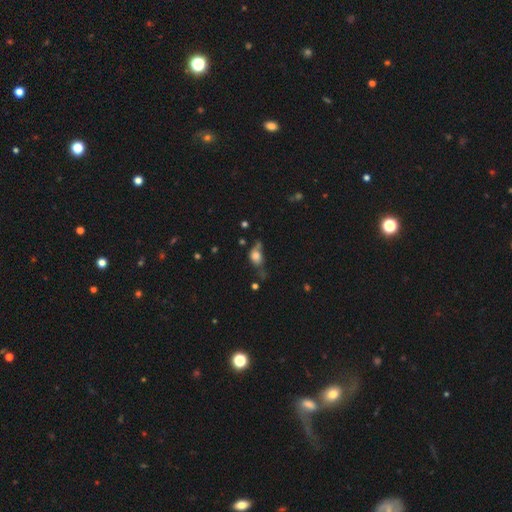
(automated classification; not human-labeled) Smooth or featured? smooth (65%)
How rounded? in between (56%)
Merging? none (30%)